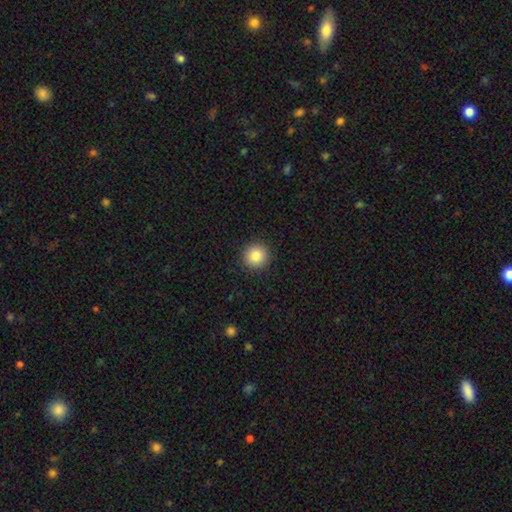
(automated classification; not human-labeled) smooth-or-featured: smooth: 85% | star or artifact: 10% | featured or disk: 5%
  how-rounded: round: 95% | in between: 4% | cigar-shaped: 1%
  merging: none: 93% | minor disturbance: 5% | major disturbance: 2% | merger: 1%